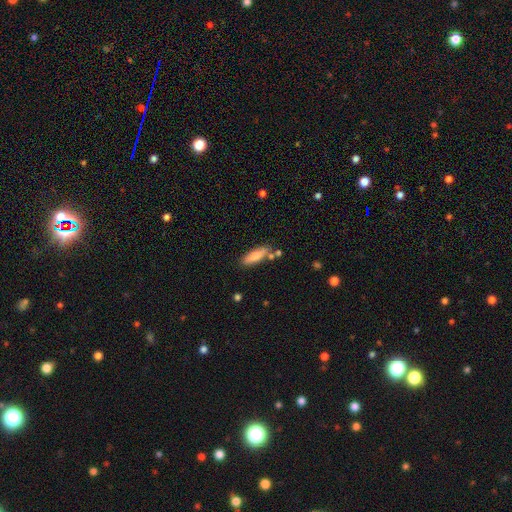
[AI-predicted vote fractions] Overall: smooth (74%). How rounded: cigar-shaped (51%; in between 47%). Merging: none (76%).